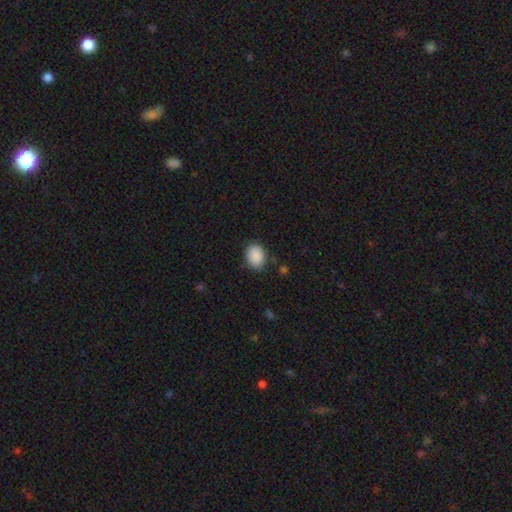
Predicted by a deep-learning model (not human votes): Overall: smooth (89%). How rounded: in between (58%; round 41%). Merging: none (82%).